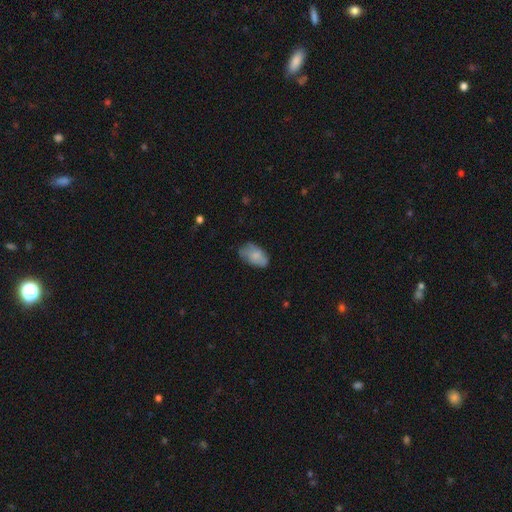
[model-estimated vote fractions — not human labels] A smooth galaxy with no disk features (73%) that is in between round and cigar-shaped (93%).

Vote fractions:
- Smooth or featured? smooth: 73% / featured or disk: 19% / star or artifact: 8%
- How rounded? in between: 93% / round: 6% / cigar-shaped: 2%
- Merging? none: 59% / minor disturbance: 30% / major disturbance: 9% / merger: 2%